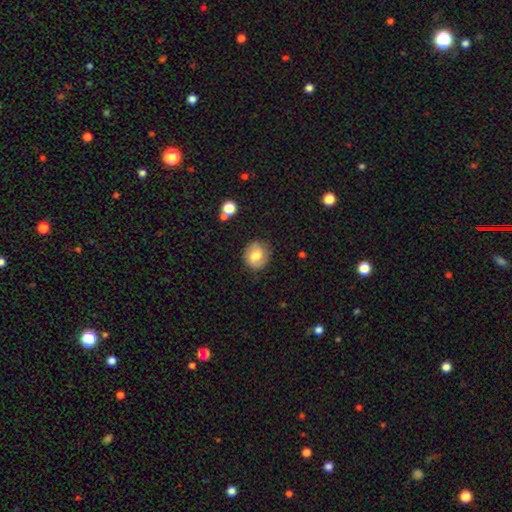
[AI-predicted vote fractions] Overall: smooth (62%; featured or disk 30%). How rounded: round (72%). Merging: none (80%).